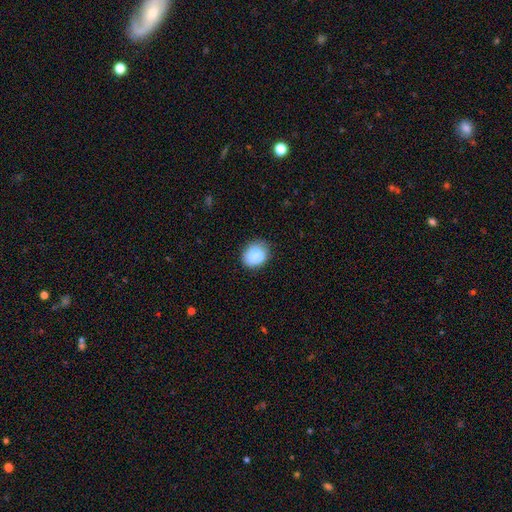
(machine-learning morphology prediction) smooth-or-featured: smooth: 83% | featured or disk: 9% | star or artifact: 8%
  how-rounded: round: 52% | in between: 47% | cigar-shaped: 1%
  merging: none: 68% | minor disturbance: 22% | major disturbance: 5% | merger: 4%